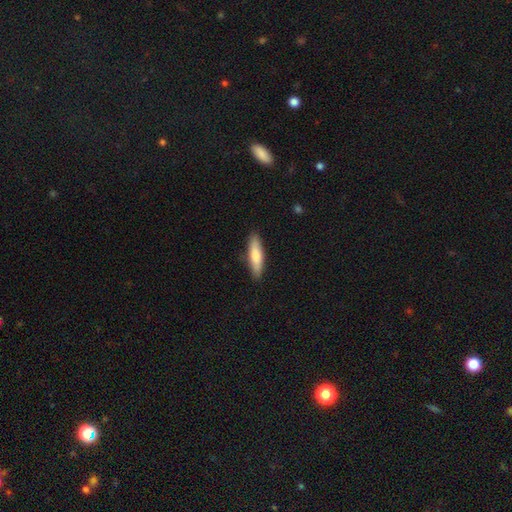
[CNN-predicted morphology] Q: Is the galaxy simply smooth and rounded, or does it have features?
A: smooth — 77%.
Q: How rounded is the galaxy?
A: cigar-shaped — 71%.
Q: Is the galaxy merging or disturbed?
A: none — 87%.